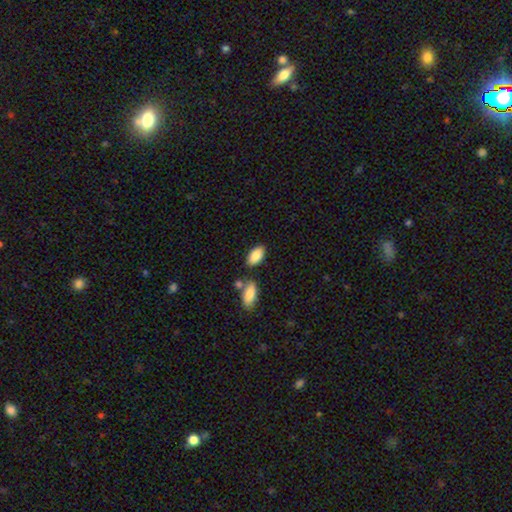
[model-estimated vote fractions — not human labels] smooth 86%, featured or disk 7%, star or artifact 6%. Down the decision tree: how rounded — in between (93%); merging — none (75%).